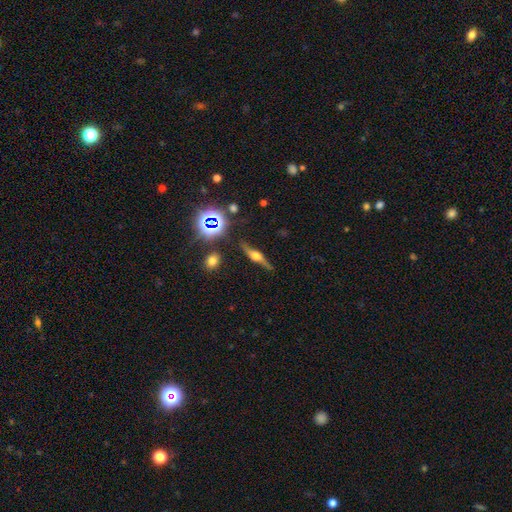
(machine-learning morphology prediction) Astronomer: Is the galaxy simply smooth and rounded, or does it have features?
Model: featured or disk — 70%.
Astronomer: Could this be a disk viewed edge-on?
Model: yes — 86%.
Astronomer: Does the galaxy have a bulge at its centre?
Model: rounded — 90%.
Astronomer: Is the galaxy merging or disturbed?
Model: none — 78%.